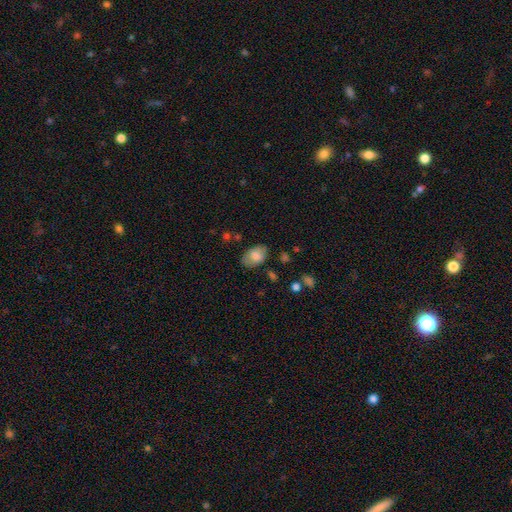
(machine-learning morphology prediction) A smooth galaxy with no disk features (75%) that is in between round and cigar-shaped (88%).

Vote fractions:
- Smooth or featured? smooth: 75% / featured or disk: 18% / star or artifact: 7%
- How rounded? in between: 88% / round: 11% / cigar-shaped: 1%
- Merging? none: 72% / minor disturbance: 20% / major disturbance: 5% / merger: 3%